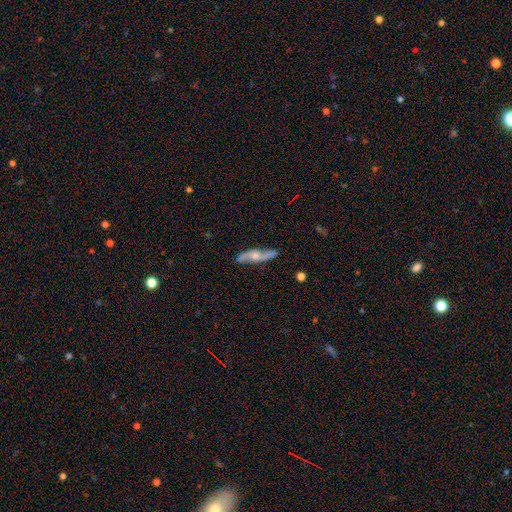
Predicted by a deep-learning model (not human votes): Smooth or featured? featured or disk (73%)
Edge-on disk? no (59%)
Merging? none (81%)